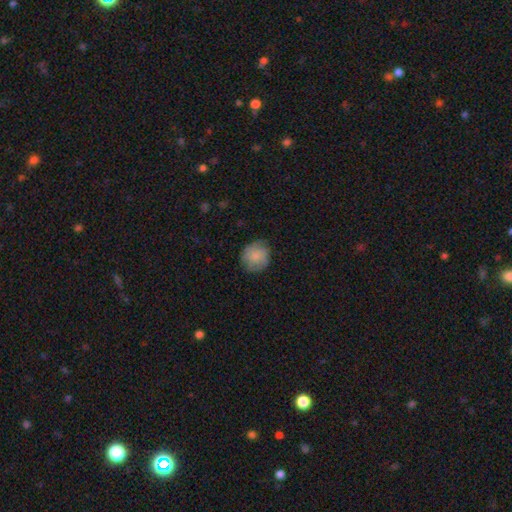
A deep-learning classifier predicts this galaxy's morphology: smooth-or-featured: smooth: 76% | featured or disk: 16% | star or artifact: 7%
  how-rounded: round: 83% | in between: 16% | cigar-shaped: 1%
  merging: none: 76% | minor disturbance: 18% | major disturbance: 5% | merger: 1%